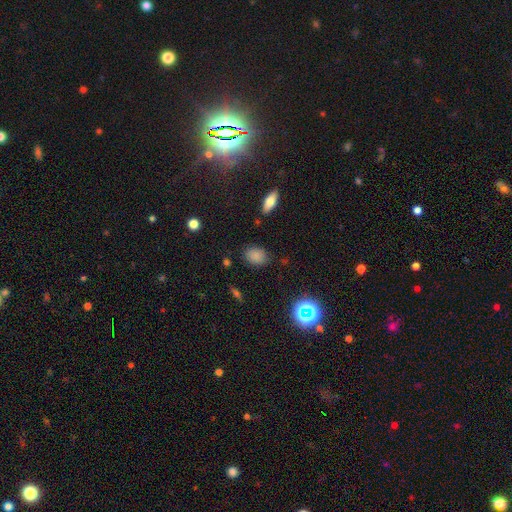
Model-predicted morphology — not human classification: Overall: smooth (81%). How rounded: in between (76%). Merging: none (81%).